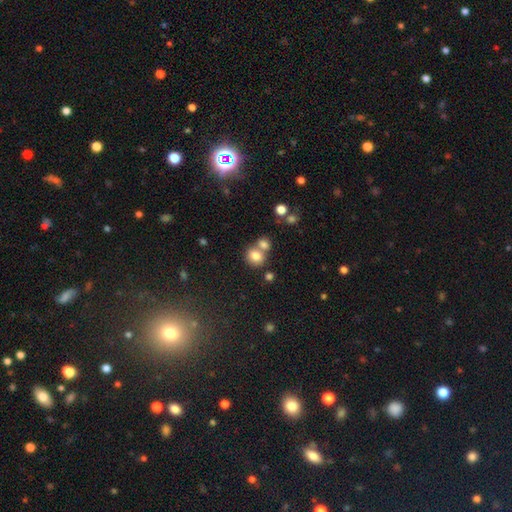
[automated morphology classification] This appears to be a smooth galaxy with no disk features (79%) that is round (65%). Merging: none (46%).